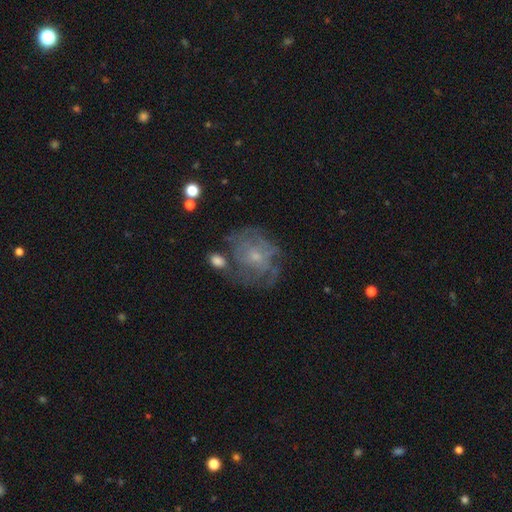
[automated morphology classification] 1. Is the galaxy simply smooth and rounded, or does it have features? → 64% featured or disk, 24% smooth, 12% star or artifact.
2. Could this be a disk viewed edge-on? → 97% no, 3% yes.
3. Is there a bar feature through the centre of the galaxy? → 77% no, 20% weak, 3% strong.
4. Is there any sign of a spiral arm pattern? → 62% yes, 38% no.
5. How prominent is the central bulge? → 66% small, 26% moderate, 6% none, 2% large, 1% dominant.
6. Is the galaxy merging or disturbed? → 54% none, 21% minor disturbance, 18% major disturbance, 7% merger.